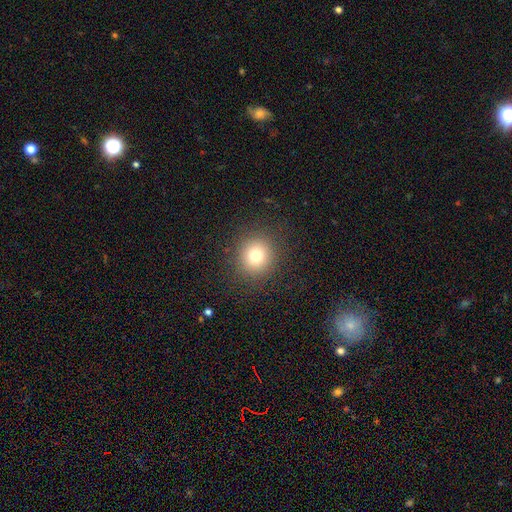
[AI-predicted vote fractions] smooth 76%, star or artifact 14%, featured or disk 9%. Down the decision tree: how rounded — round (90%); merging — none (89%).